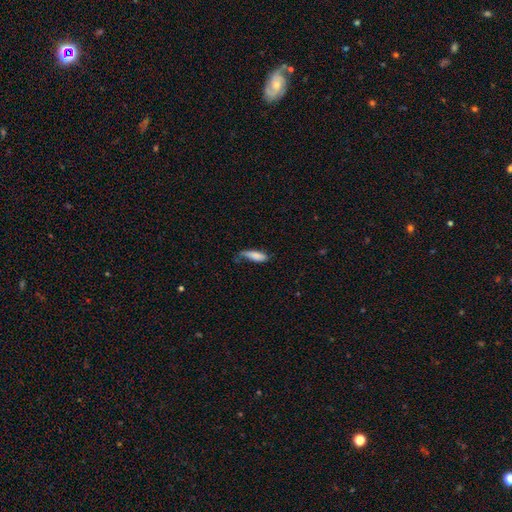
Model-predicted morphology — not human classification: Smooth or featured? smooth (81%)
How rounded? in between (51%)
Merging? none (44%)